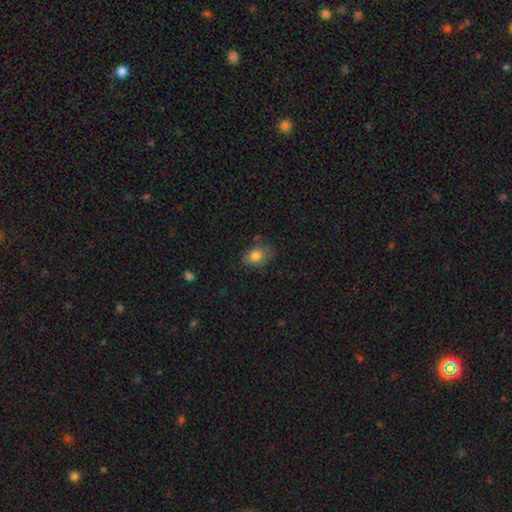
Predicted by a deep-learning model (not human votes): Morphology: type=smooth (82%); roundness=in between (74%); merging=none (70%).